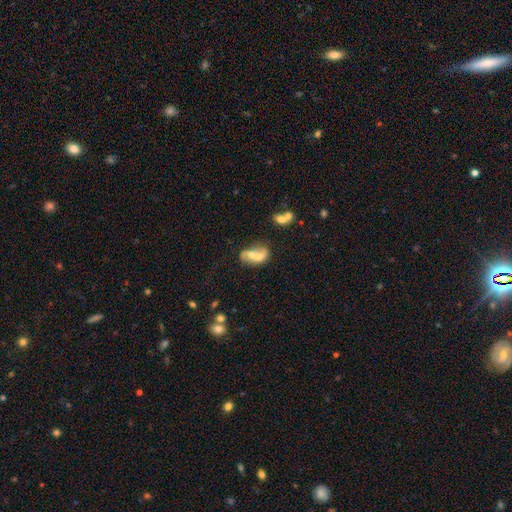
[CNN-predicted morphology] This appears to be a featured or disk galaxy (46%). Merging: merger (53%).